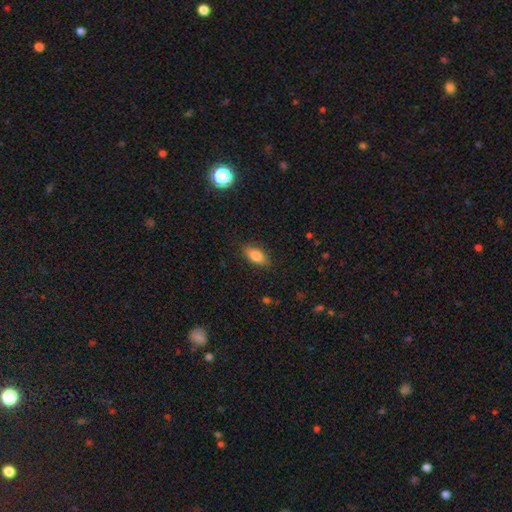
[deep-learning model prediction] A smooth galaxy with no disk features (82%) that is in between round and cigar-shaped (88%).

Vote fractions:
- Smooth or featured? smooth: 82% / featured or disk: 10% / star or artifact: 8%
- How rounded? in between: 88% / cigar-shaped: 7% / round: 5%
- Merging? none: 86% / minor disturbance: 10% / major disturbance: 2% / merger: 1%